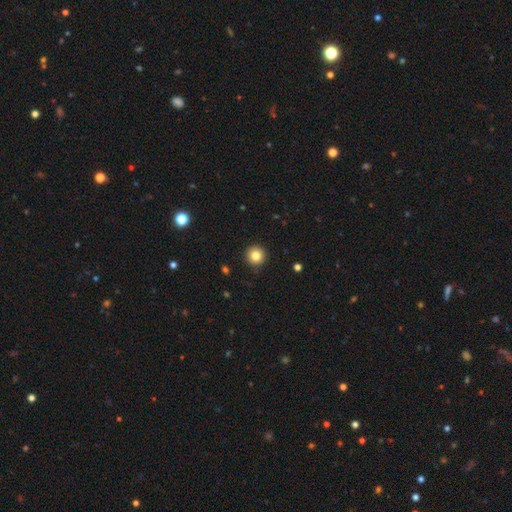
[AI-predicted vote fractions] This is clearly a smooth galaxy (83%). How rounded: clearly round (96%). Merging: clearly none (92%).